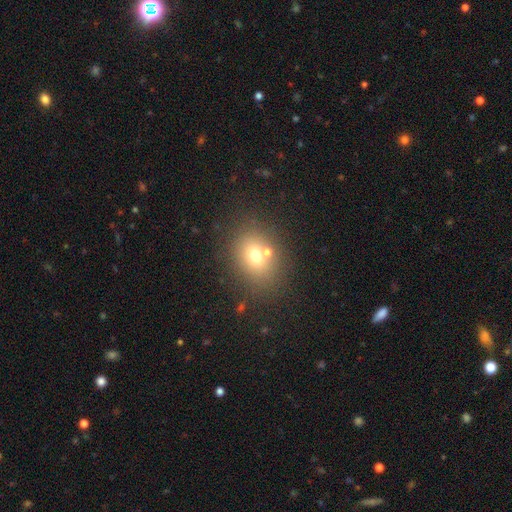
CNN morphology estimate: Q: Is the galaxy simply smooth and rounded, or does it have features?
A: smooth — 67%.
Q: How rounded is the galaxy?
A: round — 57%.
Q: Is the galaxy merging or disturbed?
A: none — 66%.